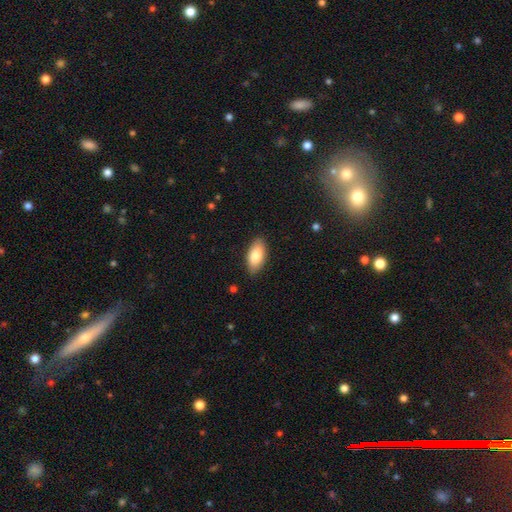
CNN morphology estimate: A smooth galaxy with no disk features (83%) that is in between round and cigar-shaped (90%). Merging: none (87%).